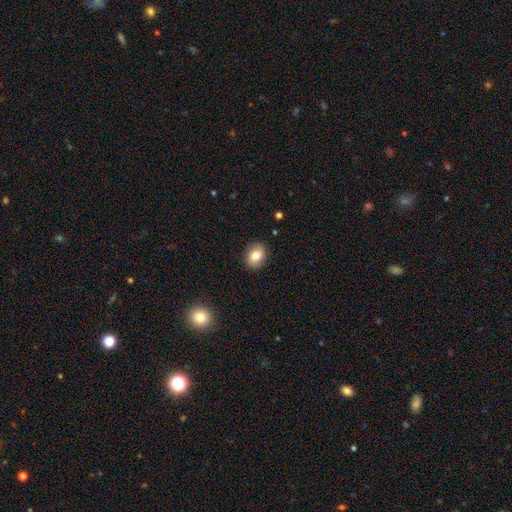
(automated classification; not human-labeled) smooth_or_featured: smooth (p=0.78) [alt: featured or disk p=0.13]
how_rounded: in between (p=0.50) [alt: round p=0.49]
merging: none (p=0.88) [alt: minor disturbance p=0.09]